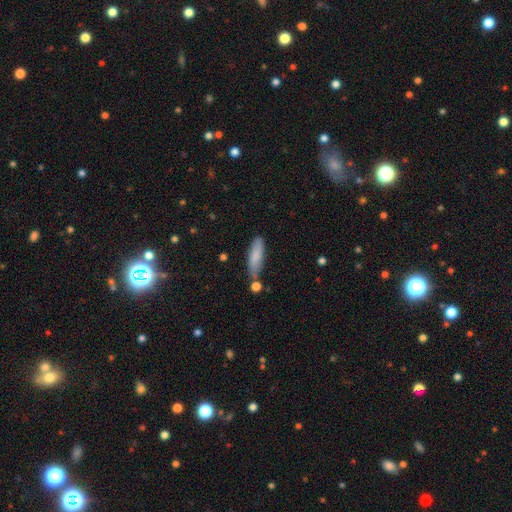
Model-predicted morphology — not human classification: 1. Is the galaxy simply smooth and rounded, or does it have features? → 81% smooth, 13% featured or disk, 6% star or artifact.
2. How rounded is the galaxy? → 61% cigar-shaped, 37% in between, 2% round.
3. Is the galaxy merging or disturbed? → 69% none, 19% minor disturbance, 8% merger, 4% major disturbance.